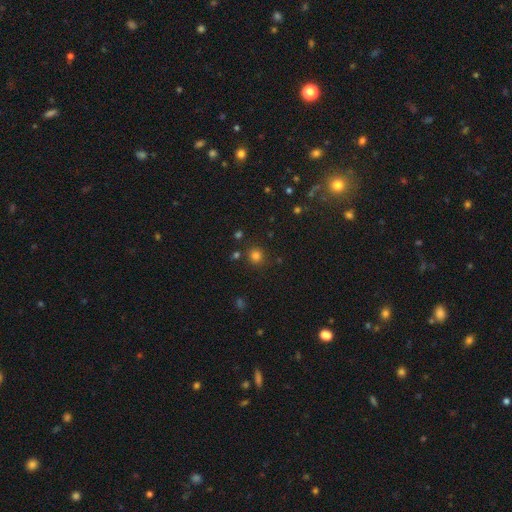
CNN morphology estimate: This appears to be a smooth galaxy with no disk features (78%) that is round (90%). Merging: none (84%).